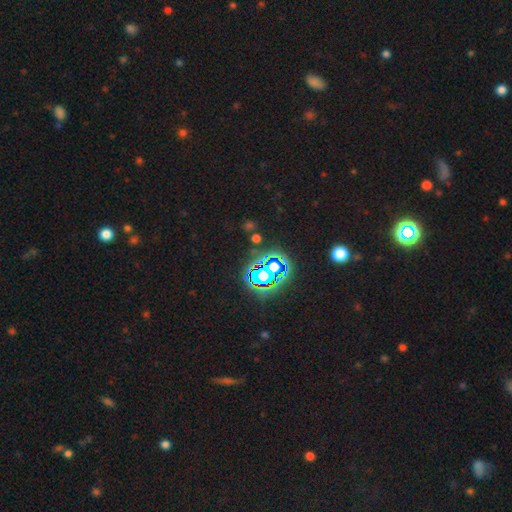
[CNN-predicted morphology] A star or artifact, not a galaxy (77%).

Vote fractions:
- Smooth or featured? star or artifact: 77% / smooth: 15% / featured or disk: 8%